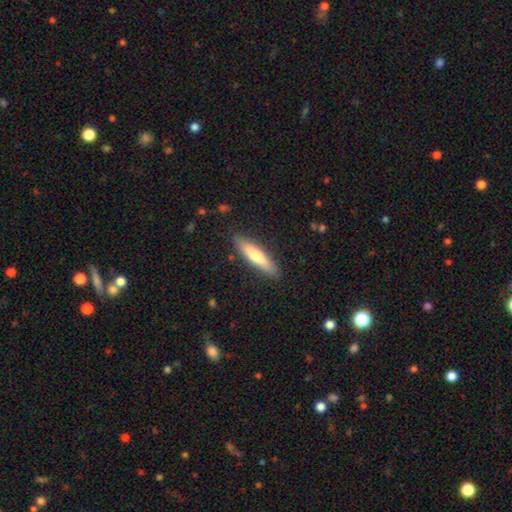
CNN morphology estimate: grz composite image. It shows a smooth galaxy with no disk features (69%) that is cigar-shaped (79%). Merging: none (87%).